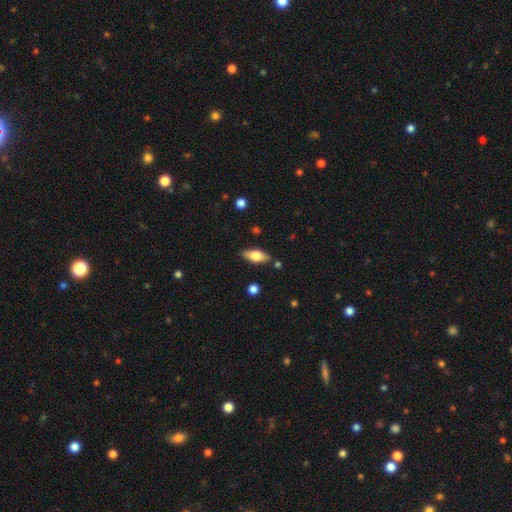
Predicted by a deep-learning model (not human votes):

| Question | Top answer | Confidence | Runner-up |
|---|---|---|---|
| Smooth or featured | smooth | 68% | featured or disk (25%) |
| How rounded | in between | 81% | cigar-shaped (17%) |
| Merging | none | 84% | minor disturbance (11%) |